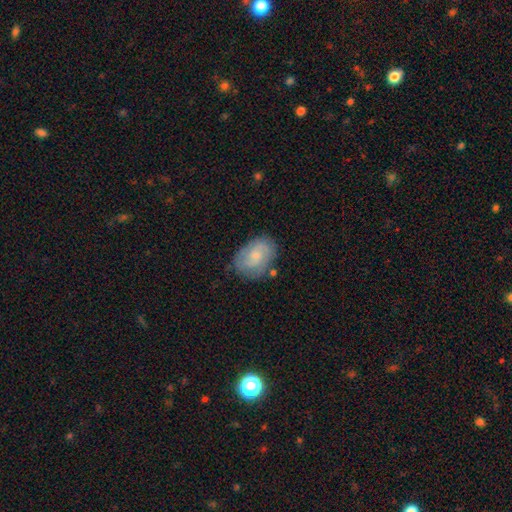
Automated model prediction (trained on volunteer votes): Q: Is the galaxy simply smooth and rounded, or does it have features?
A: featured or disk — 53%.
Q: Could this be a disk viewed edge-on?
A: no — 97%.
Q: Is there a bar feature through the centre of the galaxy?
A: no — 60%.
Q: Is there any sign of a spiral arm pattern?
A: yes — 84%.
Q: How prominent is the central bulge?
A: small — 47%.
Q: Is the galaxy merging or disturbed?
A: none — 71%.